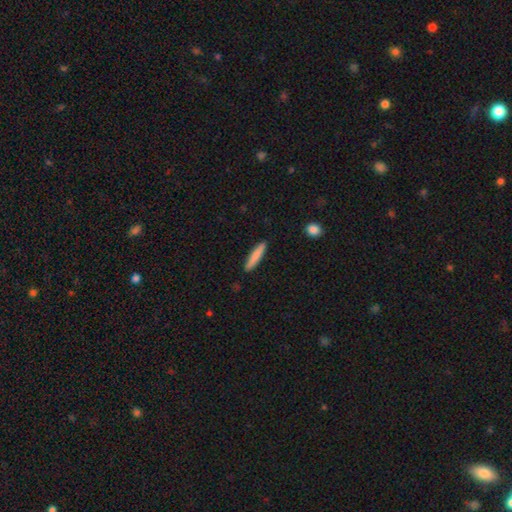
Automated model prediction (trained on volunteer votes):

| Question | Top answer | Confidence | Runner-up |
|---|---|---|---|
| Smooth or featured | smooth | 82% | featured or disk (13%) |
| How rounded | cigar-shaped | 90% | in between (8%) |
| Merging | none | 90% | minor disturbance (7%) |